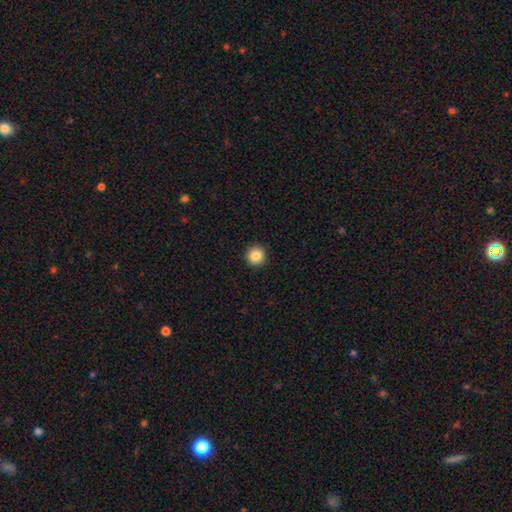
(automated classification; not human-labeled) smooth-or-featured: smooth: 86% | star or artifact: 10% | featured or disk: 4%
  how-rounded: round: 94% | in between: 5% | cigar-shaped: 1%
  merging: none: 92% | minor disturbance: 5% | major disturbance: 2% | merger: 1%